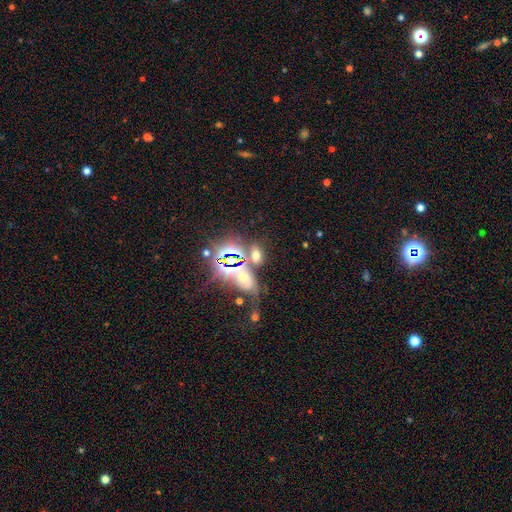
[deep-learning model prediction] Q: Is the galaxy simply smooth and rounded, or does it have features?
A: smooth — 48%.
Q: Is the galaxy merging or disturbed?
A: none — 59%.